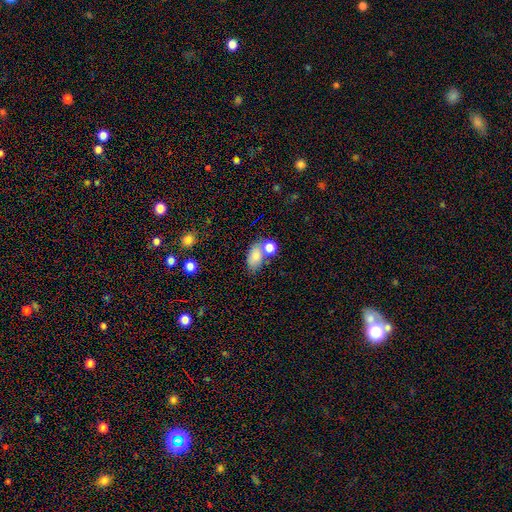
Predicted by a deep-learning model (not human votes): A smooth galaxy with no disk features (79%) that is in between round and cigar-shaped (85%). Merging: none (49%).